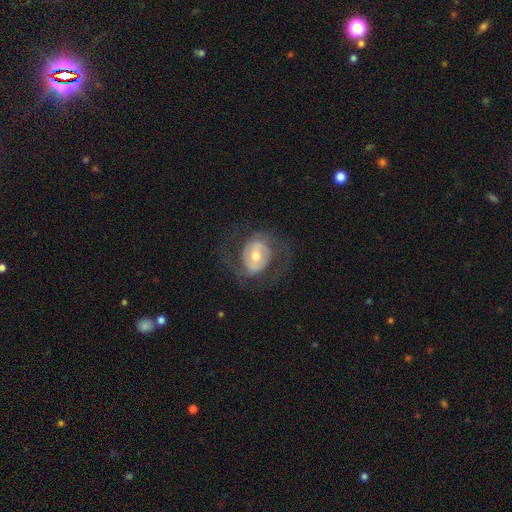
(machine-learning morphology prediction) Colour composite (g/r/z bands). It shows a featured or disk galaxy (72%) with no bar (43%), 2 (79%) medium (46%) spiral arms (75%) and a moderate central bulge (66%). Merging: none (70%).